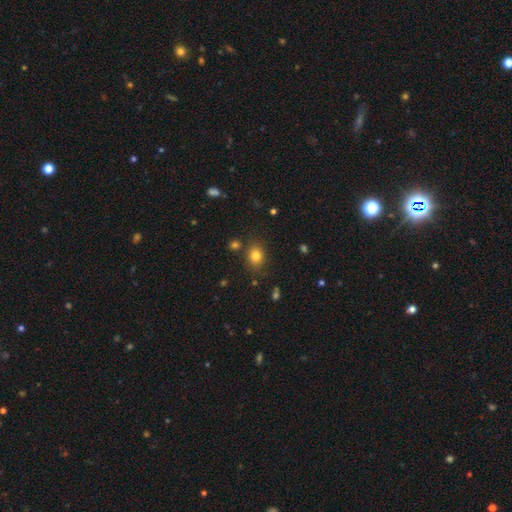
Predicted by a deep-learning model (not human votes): Q: Smooth or featured?
A: smooth (81%); runner-up: star or artifact (12%)
Q: How rounded?
A: round (59%); runner-up: in between (40%)
Q: Merging?
A: none (80%); runner-up: minor disturbance (11%)